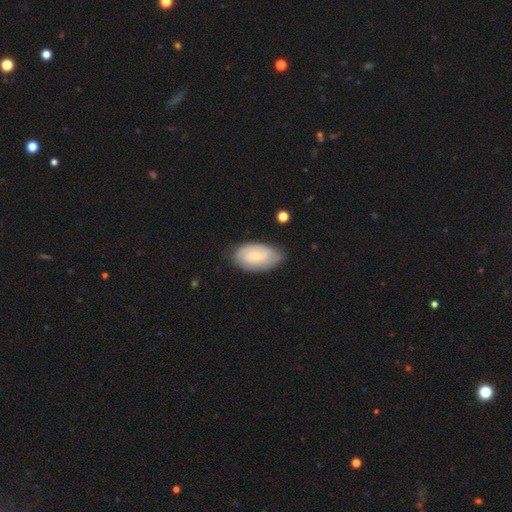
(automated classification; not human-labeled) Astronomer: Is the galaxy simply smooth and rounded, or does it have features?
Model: smooth — 52% (runner-up: featured or disk, 41%).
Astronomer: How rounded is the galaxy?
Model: in between — 93%.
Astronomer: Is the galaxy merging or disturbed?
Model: none — 73%.